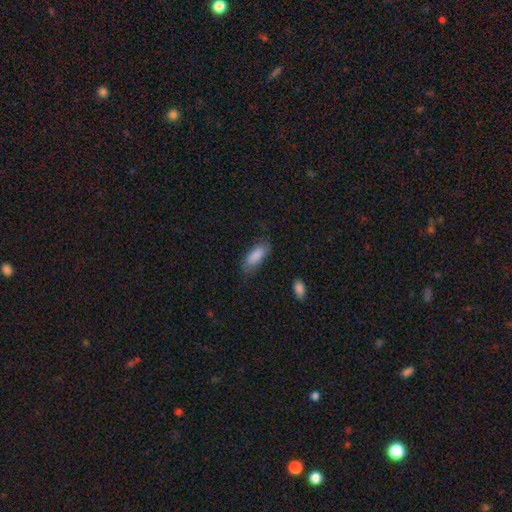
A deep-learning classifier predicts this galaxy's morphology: smooth-or-featured: smooth: 85% | featured or disk: 8% | star or artifact: 6%
  how-rounded: in between: 73% | cigar-shaped: 25% | round: 2%
  merging: none: 71% | minor disturbance: 21% | major disturbance: 6% | merger: 2%